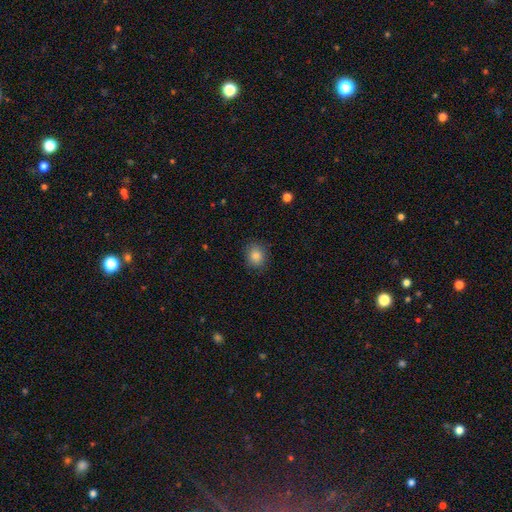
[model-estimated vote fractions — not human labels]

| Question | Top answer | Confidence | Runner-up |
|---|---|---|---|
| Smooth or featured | smooth | 85% | star or artifact (10%) |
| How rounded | round | 70% | in between (29%) |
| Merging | none | 88% | minor disturbance (9%) |